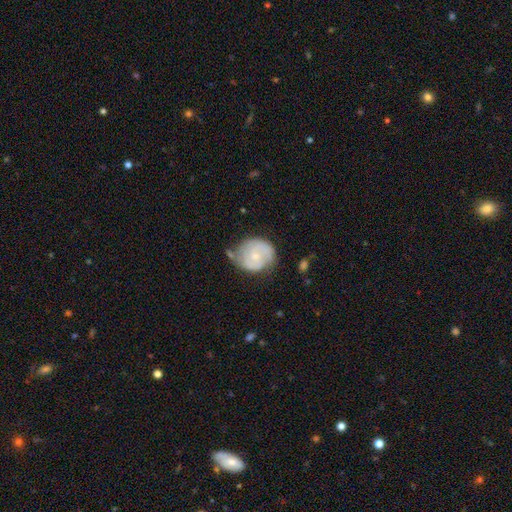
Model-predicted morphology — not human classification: smooth-or-featured: featured or disk: 61% | smooth: 32% | star or artifact: 6%
  disk-edge-on: no: 98% | yes: 2%
    bar: no: 71% | weak: 25% | strong: 3%
    has-spiral-arms: yes: 85% | no: 15%
      spiral-winding: tight: 56% | medium: 33% | loose: 11%
      spiral-arm-count: 2: 60% | can't tell: 23% | 3: 8% | 1: 5% | 4: 2% | more than 4: 2%
    bulge-size: small: 67% | moderate: 26% | none: 4% | large: 1% | dominant: 1%
  merging: none: 57% | minor disturbance: 28% | major disturbance: 9% | merger: 5%